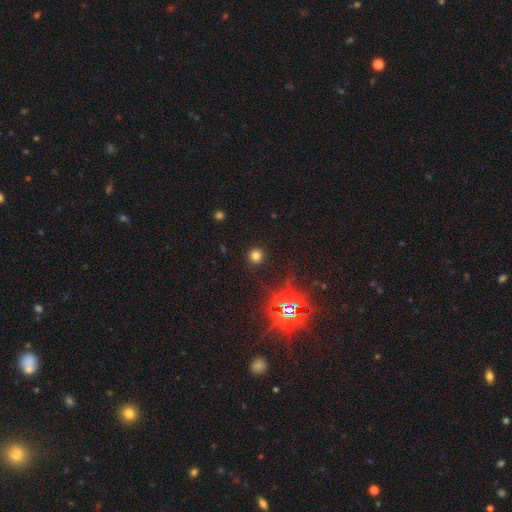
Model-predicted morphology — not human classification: type=smooth (69%); roundness=round (94%); merging=none (90%).